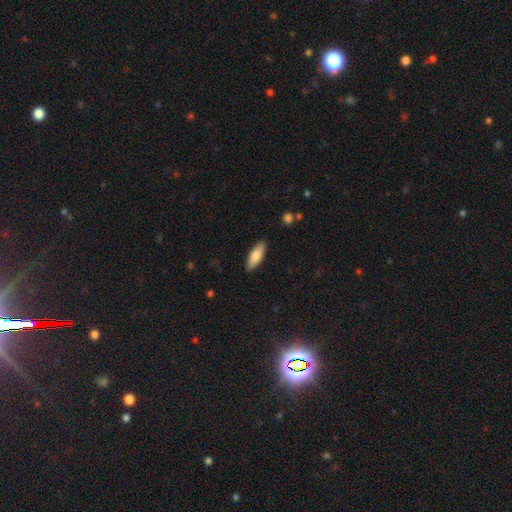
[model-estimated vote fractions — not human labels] This appears to be a smooth galaxy with no disk features (77%) that is in between round and cigar-shaped (68%). Merging: none (89%).